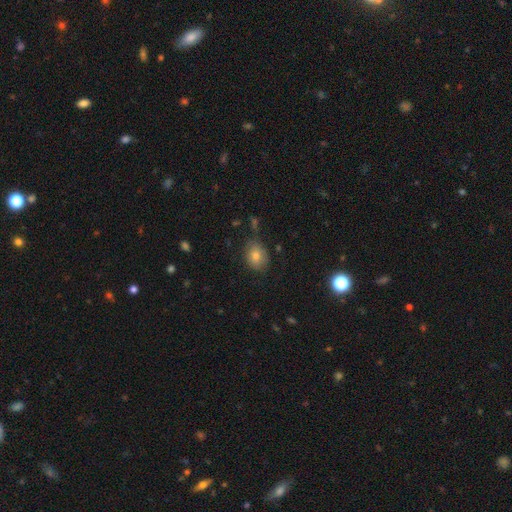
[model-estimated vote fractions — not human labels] Morphology: type=smooth (76%); roundness=round (50%); merging=none (76%).